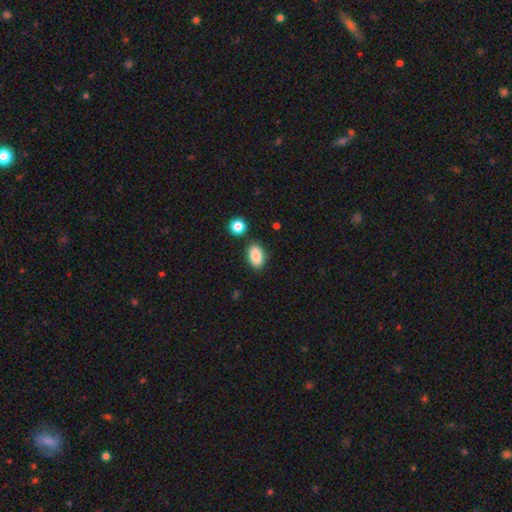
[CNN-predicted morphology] Smooth or featured: smooth — 86% (star or artifact — 8%)
How rounded: in between — 90% (round — 8%)
Merging: none — 83% (minor disturbance — 10%)